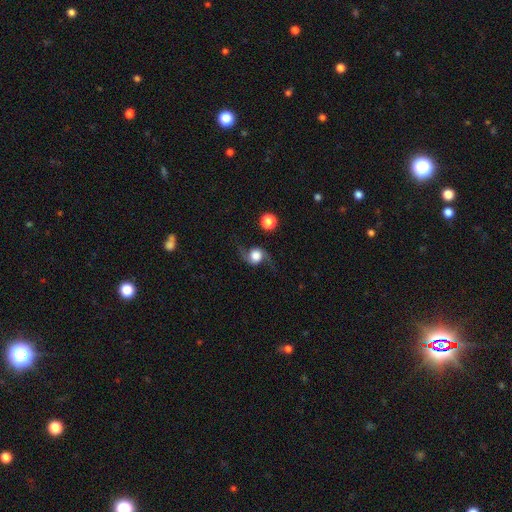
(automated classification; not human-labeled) Smooth or featured?
  - featured or disk: 70% *
  - smooth: 21%
  - star or artifact: 9%
Edge-on disk?
  - no: 94% *
  - yes: 6%
Bar?
  - no: 72% *
  - weak: 23%
  - strong: 6%
Spiral arms?
  - yes: 93% *
  - no: 7%
Spiral winding?
  - loose: 85% *
  - medium: 12%
  - tight: 3%
Spiral arm count?
  - 2: 93% *
  - 1: 2%
  - can't tell: 1%
  - 3: 1%
  - 4: 1%
  - more than 4: 1%
Bulge size?
  - large: 47% *
  - dominant: 32%
  - moderate: 12%
  - none: 4%
  - small: 4%
Merging?
  - none: 70% *
  - minor disturbance: 16%
  - major disturbance: 11%
  - merger: 3%